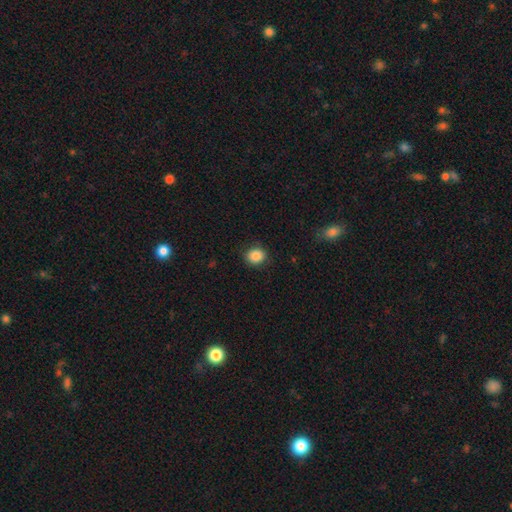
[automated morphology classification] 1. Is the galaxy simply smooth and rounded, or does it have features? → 87% smooth, 9% star or artifact, 4% featured or disk.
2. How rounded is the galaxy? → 71% round, 28% in between, 1% cigar-shaped.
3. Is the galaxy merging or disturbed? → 87% none, 9% minor disturbance, 3% major disturbance, 1% merger.